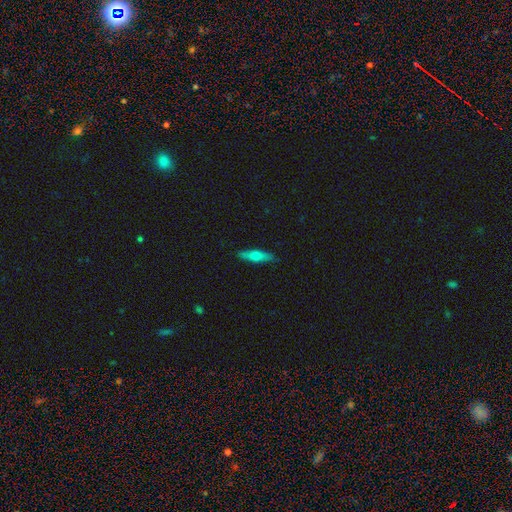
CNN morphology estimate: Q: Smooth or featured?
A: smooth (54%); runner-up: featured or disk (39%)
Q: How rounded?
A: cigar-shaped (74%); runner-up: in between (24%)
Q: Merging?
A: none (88%); runner-up: minor disturbance (10%)